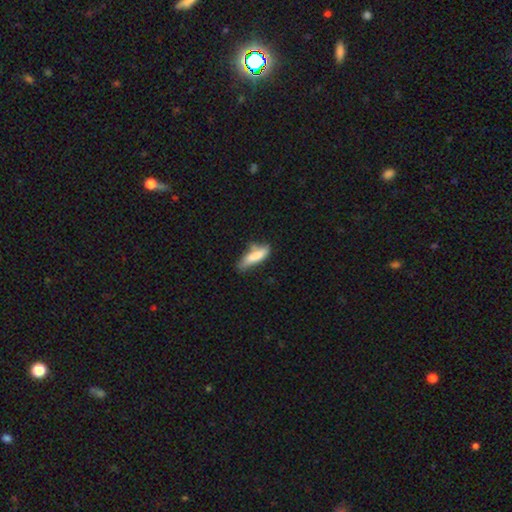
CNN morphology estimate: This appears to be a smooth galaxy with no disk features (78%) that is cigar-shaped (63%). Merging: none (50%).